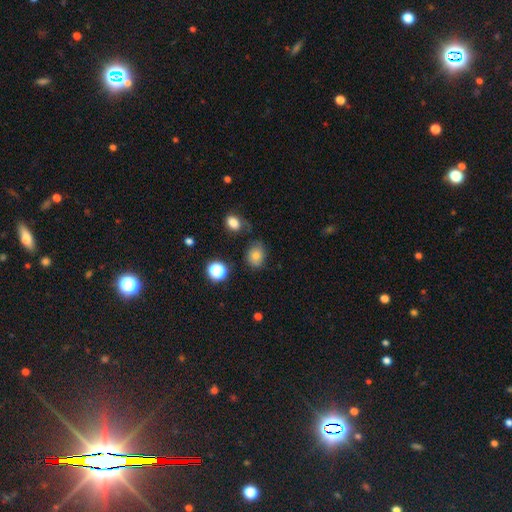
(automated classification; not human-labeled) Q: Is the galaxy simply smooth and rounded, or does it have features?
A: smooth — 75%.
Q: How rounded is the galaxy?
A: in between — 53%.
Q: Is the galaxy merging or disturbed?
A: none — 59%.